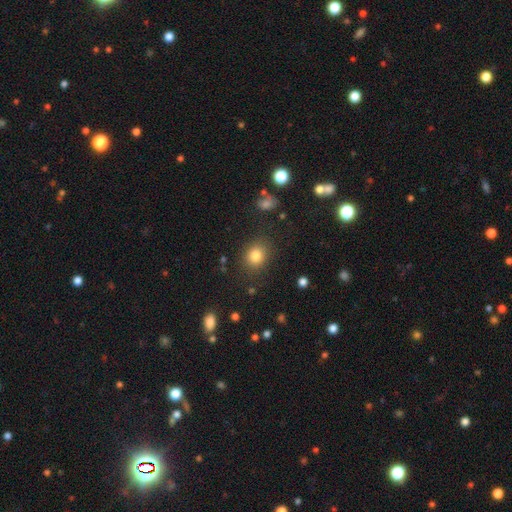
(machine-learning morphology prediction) Q: Smooth or featured?
A: smooth (81%); runner-up: star or artifact (12%)
Q: How rounded?
A: round (65%); runner-up: in between (34%)
Q: Merging?
A: none (83%); runner-up: minor disturbance (11%)